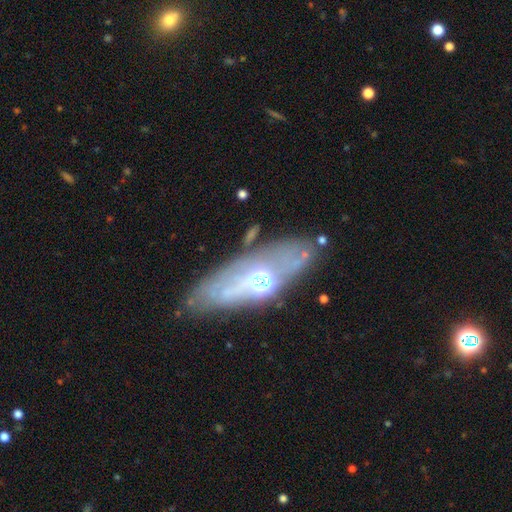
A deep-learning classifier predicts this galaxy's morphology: Overall: featured or disk (61%; smooth 26%). Edge-on disk: no (61%; yes 39%). Merging: none (73%).